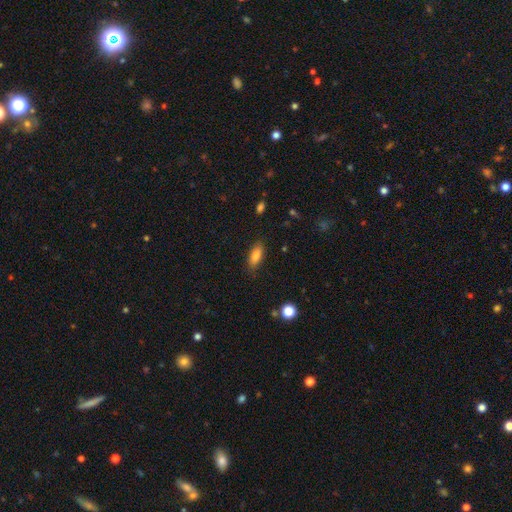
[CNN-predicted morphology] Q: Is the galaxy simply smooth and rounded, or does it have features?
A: smooth — 83%.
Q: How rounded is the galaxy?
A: in between — 74%.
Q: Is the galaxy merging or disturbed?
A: none — 83%.